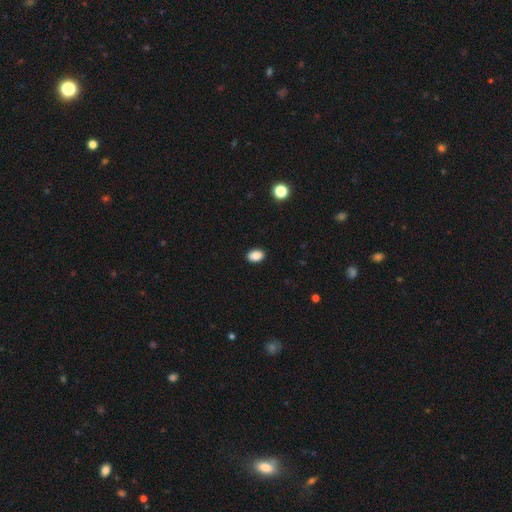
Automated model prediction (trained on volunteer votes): Smooth or featured? Predicted: smooth (p=0.88). How rounded? Predicted: in between (p=0.84). Merging? Predicted: none (p=0.91).